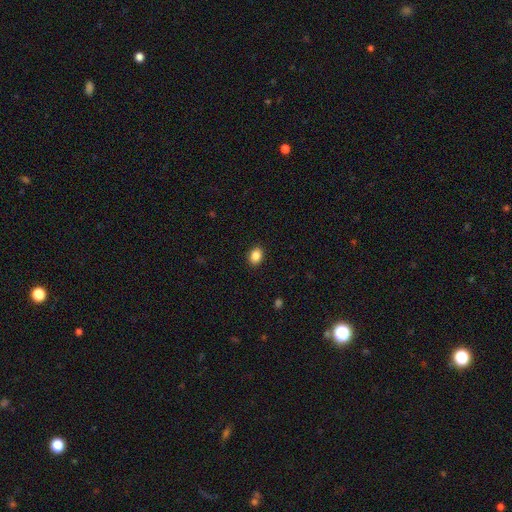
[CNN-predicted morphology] Smooth or featured? Predicted: smooth (p=0.88). How rounded? Predicted: in between (p=0.68). Merging? Predicted: none (p=0.91).